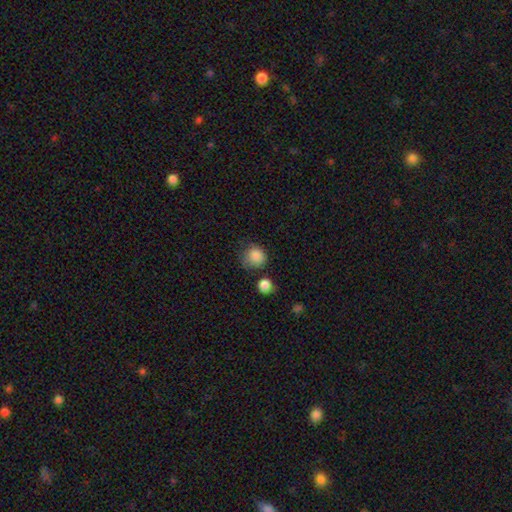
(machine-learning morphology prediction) Smooth or featured?
  - smooth: 86% *
  - star or artifact: 9%
  - featured or disk: 5%
How rounded?
  - round: 86% *
  - in between: 13%
  - cigar-shaped: 1%
Merging?
  - none: 61% *
  - minor disturbance: 24%
  - major disturbance: 8%
  - merger: 7%